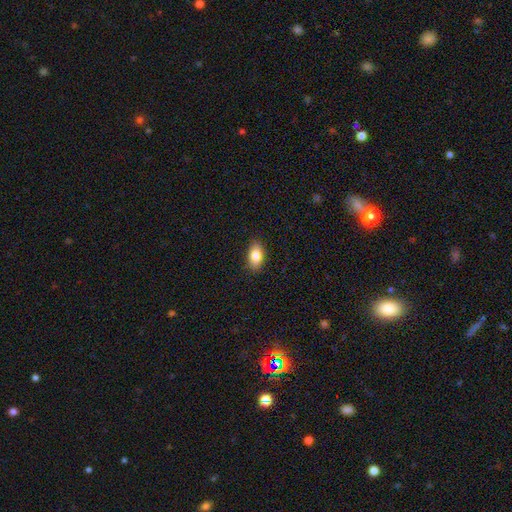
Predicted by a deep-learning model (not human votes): Smooth or featured: smooth — 83% (featured or disk — 10%)
How rounded: in between — 90% (round — 7%)
Merging: none — 88% (minor disturbance — 9%)